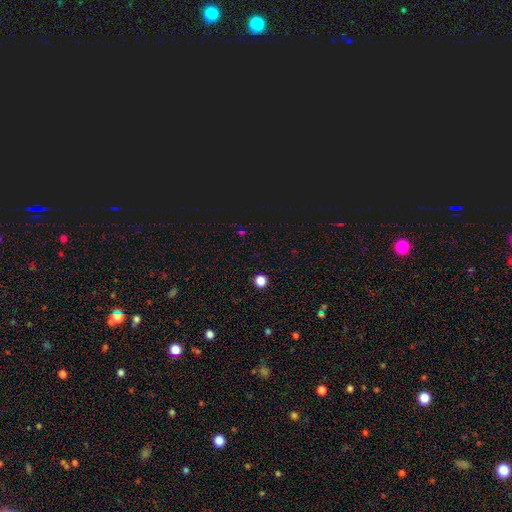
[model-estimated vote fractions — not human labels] Overall: smooth (59%; star or artifact 37%). How rounded: round (91%). Merging: none (91%).